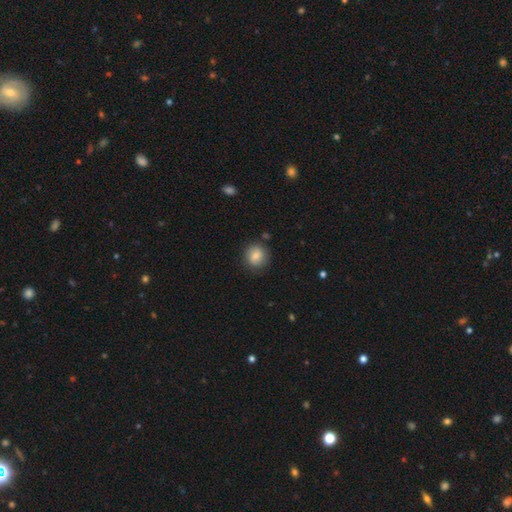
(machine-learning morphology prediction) Smooth or featured? smooth (82%)
How rounded? round (82%)
Merging? none (84%)